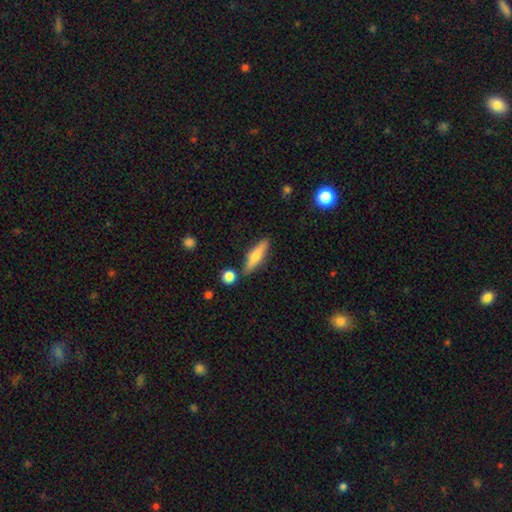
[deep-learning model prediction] Q: Smooth or featured?
A: smooth (54%); runner-up: featured or disk (39%)
Q: How rounded?
A: cigar-shaped (73%); runner-up: in between (24%)
Q: Merging?
A: none (81%); runner-up: minor disturbance (11%)